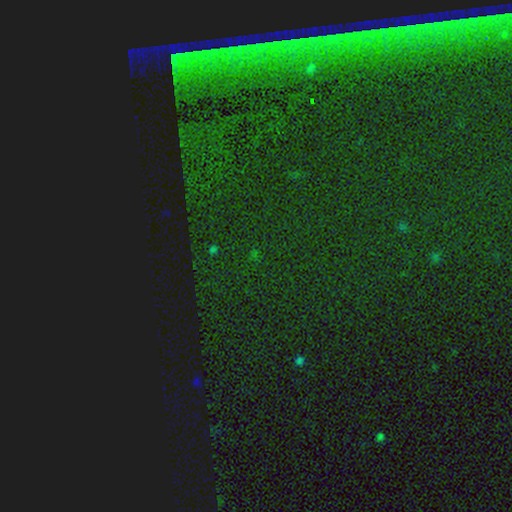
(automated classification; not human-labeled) Smooth or featured? Predicted: star or artifact (p=0.83).